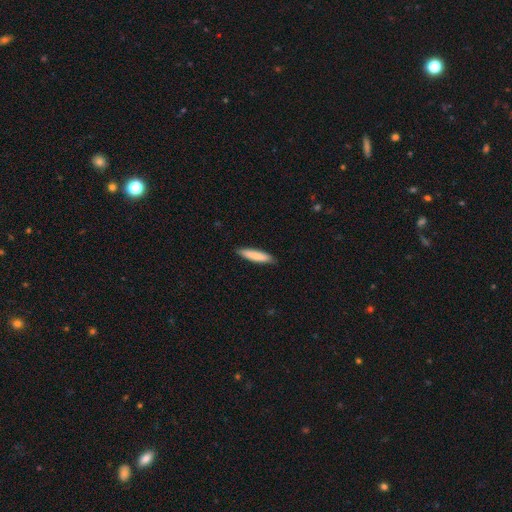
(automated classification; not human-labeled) smooth-or-featured: smooth: 83% | featured or disk: 12% | star or artifact: 5%
  how-rounded: cigar-shaped: 83% | in between: 15% | round: 1%
  merging: none: 88% | minor disturbance: 9% | major disturbance: 2% | merger: 1%